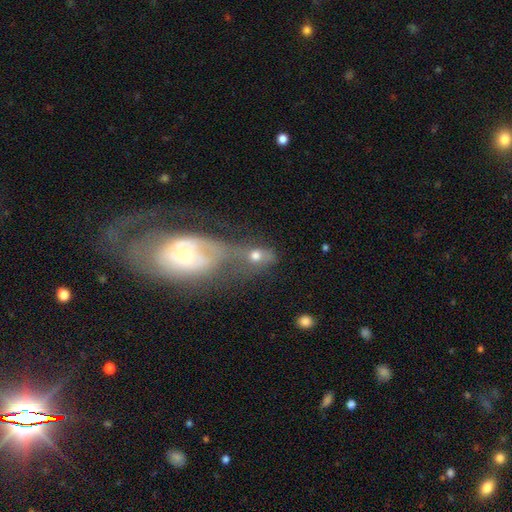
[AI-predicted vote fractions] Smooth or featured?
  - featured or disk: 46% *
  - smooth: 41%
  - star or artifact: 12%
Merging?
  - merger: 57% *
  - none: 19%
  - major disturbance: 14%
  - minor disturbance: 10%